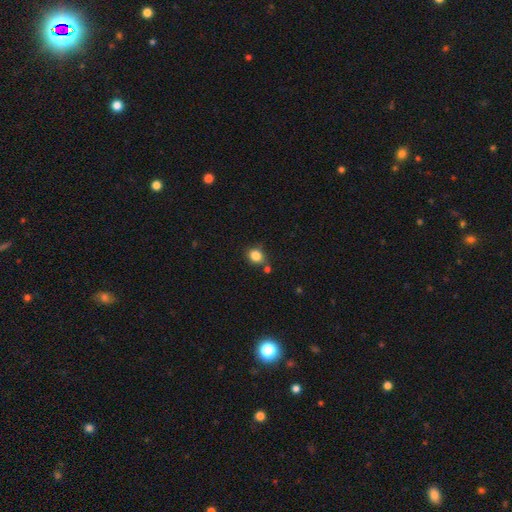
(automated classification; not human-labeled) Q: Smooth or featured?
A: smooth (84%); runner-up: star or artifact (11%)
Q: How rounded?
A: round (68%); runner-up: in between (31%)
Q: Merging?
A: none (68%); runner-up: minor disturbance (15%)